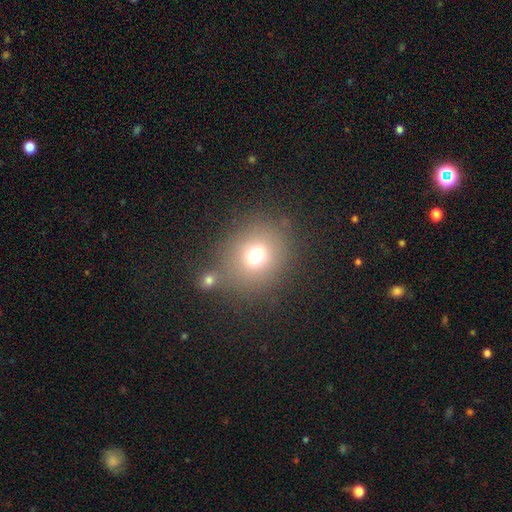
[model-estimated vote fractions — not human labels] Smooth or featured? smooth (71%)
How rounded? round (77%)
Merging? none (65%)